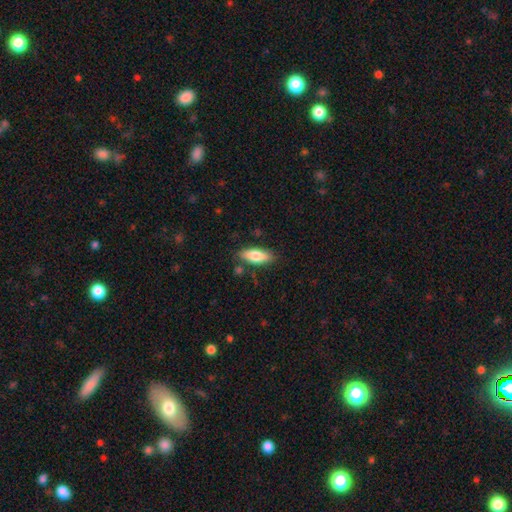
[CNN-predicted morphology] This is likely a smooth galaxy (78%). How rounded: likely in between (70%). Merging: clearly none (80%).